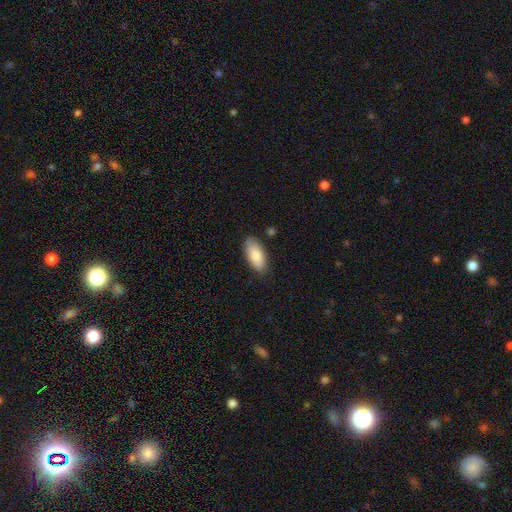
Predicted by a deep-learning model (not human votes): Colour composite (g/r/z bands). It shows a smooth galaxy with no disk features (85%) that is in between round and cigar-shaped (90%). Merging: none (81%).